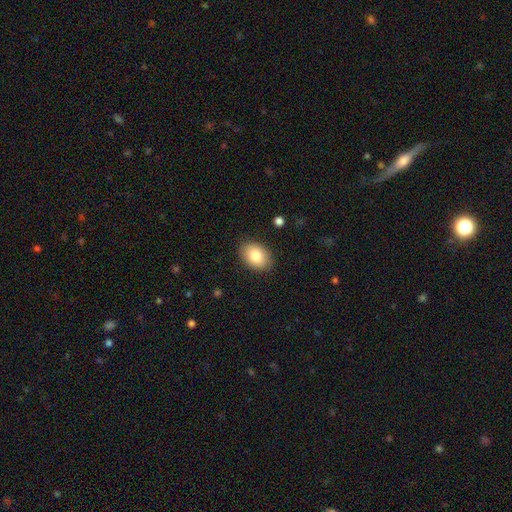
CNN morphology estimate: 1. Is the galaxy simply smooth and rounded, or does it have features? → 84% smooth, 9% featured or disk, 7% star or artifact.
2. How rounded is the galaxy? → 81% in between, 18% round, 1% cigar-shaped.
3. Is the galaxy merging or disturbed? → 87% none, 10% minor disturbance, 2% major disturbance, 1% merger.